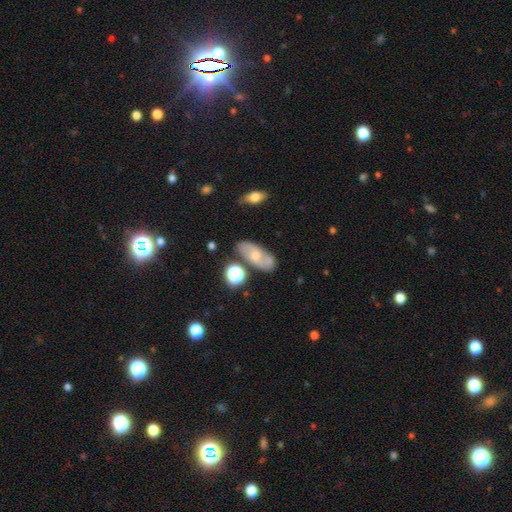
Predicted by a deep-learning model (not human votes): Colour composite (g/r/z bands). It shows a smooth galaxy with no disk features (49%). Merging: none (70%).